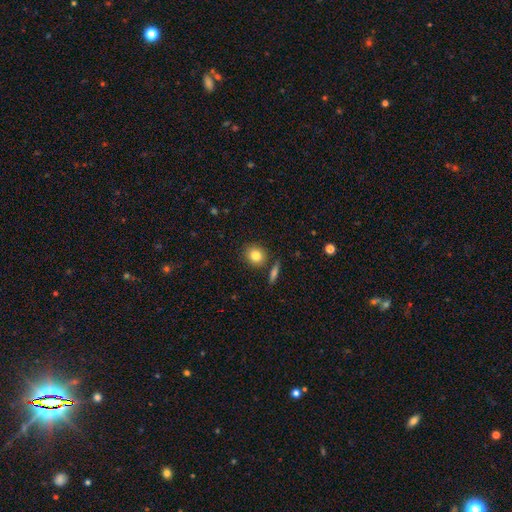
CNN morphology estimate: Smooth or featured? smooth (83%)
How rounded? round (80%)
Merging? none (81%)